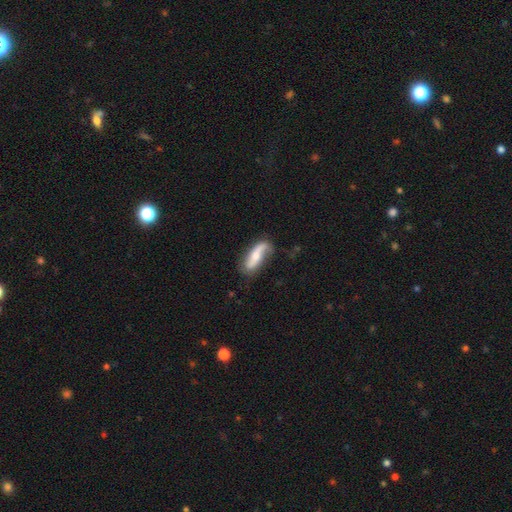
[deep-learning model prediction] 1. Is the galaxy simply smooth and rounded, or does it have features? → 62% featured or disk, 32% smooth, 6% star or artifact.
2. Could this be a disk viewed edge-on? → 82% no, 18% yes.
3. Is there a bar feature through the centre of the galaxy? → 49% no, 26% weak, 25% strong.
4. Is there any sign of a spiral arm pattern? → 86% yes, 14% no.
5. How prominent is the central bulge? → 52% moderate, 38% small, 5% large, 3% none, 2% dominant.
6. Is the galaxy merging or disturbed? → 65% none, 24% minor disturbance, 9% major disturbance, 3% merger.